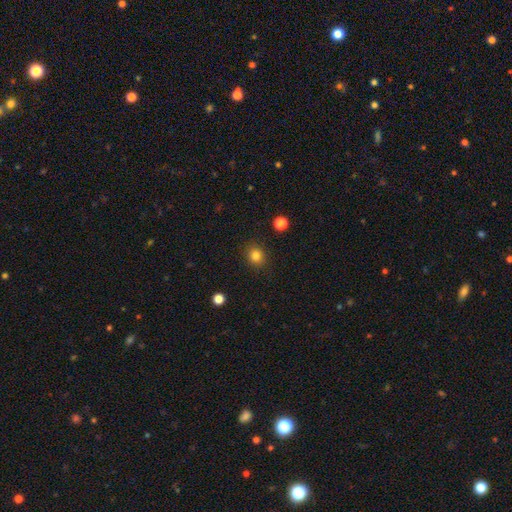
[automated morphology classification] The model was most divided on "how rounded": round: 78%, in between: 21%, cigar-shaped: 1%. More confident: merging — none (89%); smooth or featured — smooth (83%).